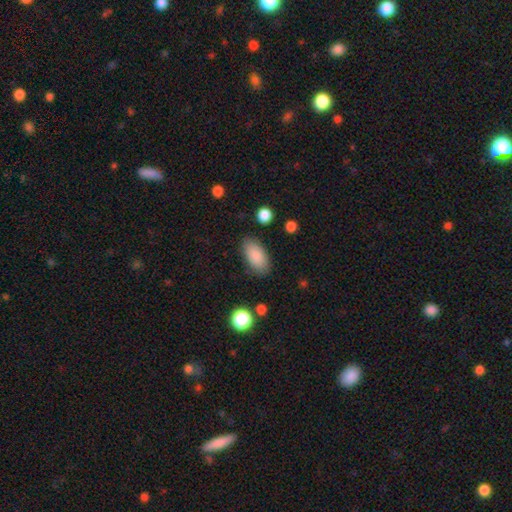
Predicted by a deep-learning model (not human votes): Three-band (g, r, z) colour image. It shows a smooth galaxy with no disk features (86%) that is in between round and cigar-shaped (93%). Merging: none (83%).